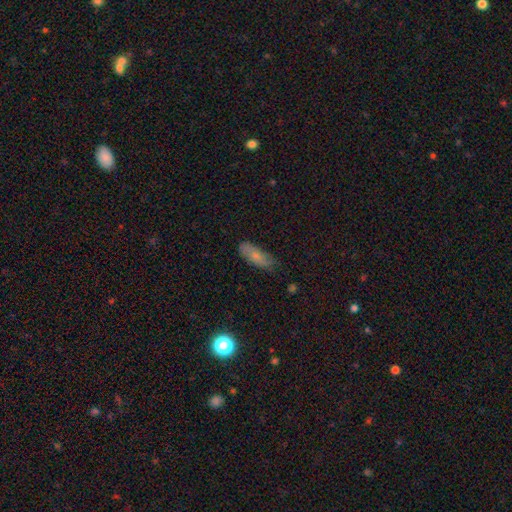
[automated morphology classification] A smooth galaxy with no disk features (73%) that is in between round and cigar-shaped (71%).

Vote fractions:
- Smooth or featured? smooth: 73% / featured or disk: 19% / star or artifact: 8%
- How rounded? in between: 71% / cigar-shaped: 27% / round: 2%
- Merging? none: 71% / minor disturbance: 23% / major disturbance: 4% / merger: 1%